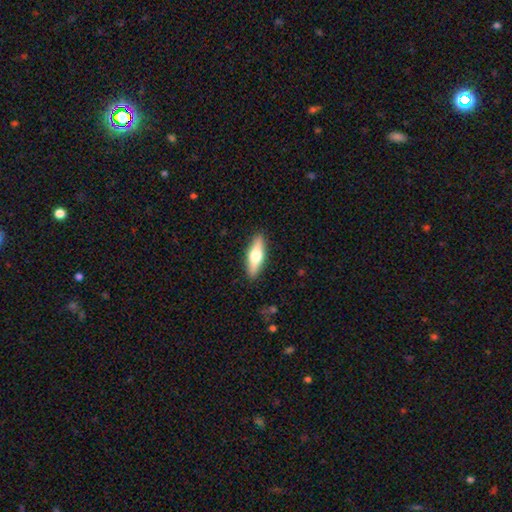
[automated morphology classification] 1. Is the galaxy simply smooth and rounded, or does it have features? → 50% smooth, 44% featured or disk, 6% star or artifact.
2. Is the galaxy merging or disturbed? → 90% none, 8% minor disturbance, 2% major disturbance, 1% merger.